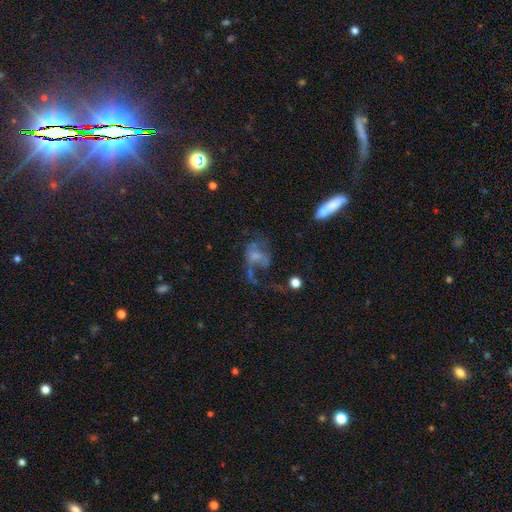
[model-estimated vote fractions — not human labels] This appears to be a featured or disk galaxy (55%) with no bar (70%), spiral arms (53%) and a small central bulge (39%). Merging: major disturbance (53%).